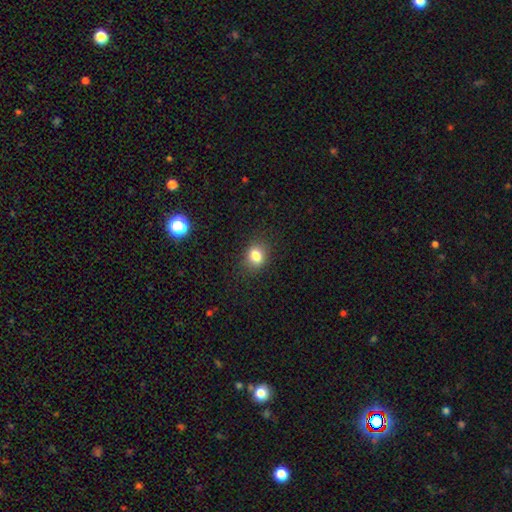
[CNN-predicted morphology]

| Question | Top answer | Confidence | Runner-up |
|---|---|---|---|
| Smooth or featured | smooth | 81% | star or artifact (12%) |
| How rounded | round | 50% | in between (48%) |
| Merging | none | 84% | minor disturbance (12%) |